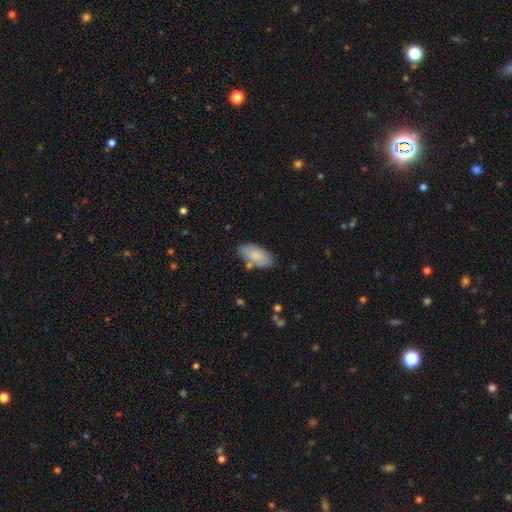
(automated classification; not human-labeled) This is clearly a smooth galaxy (82%). How rounded: clearly in between (93%). Merging: likely none (73%).